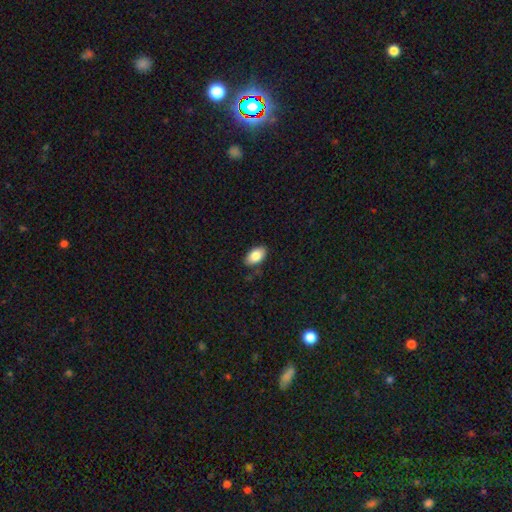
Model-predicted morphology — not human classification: The model was most divided on "merging": none: 83%, minor disturbance: 14%, major disturbance: 2%, merger: 1%. More confident: how rounded — in between (93%); smooth or featured — smooth (85%).